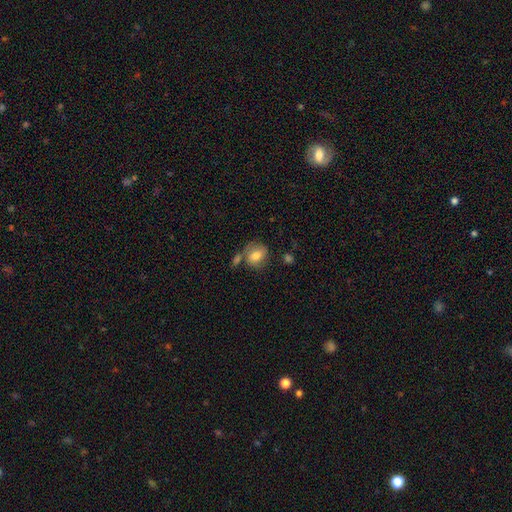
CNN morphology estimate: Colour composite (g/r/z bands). It shows a smooth galaxy with no disk features (75%) that is round (66%). Merging: none (56%).